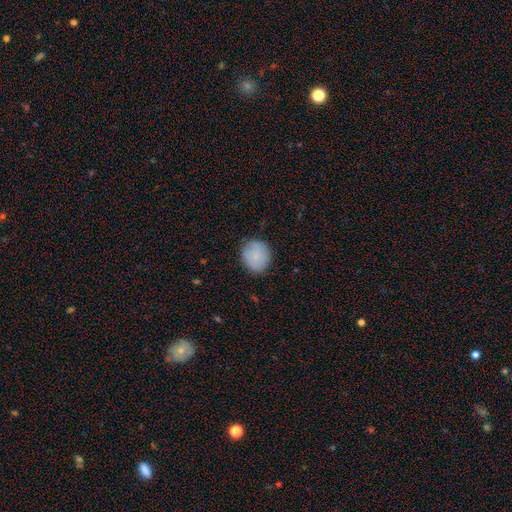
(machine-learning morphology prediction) This appears to be a smooth galaxy with no disk features (84%) that is round (81%). Merging: none (84%).